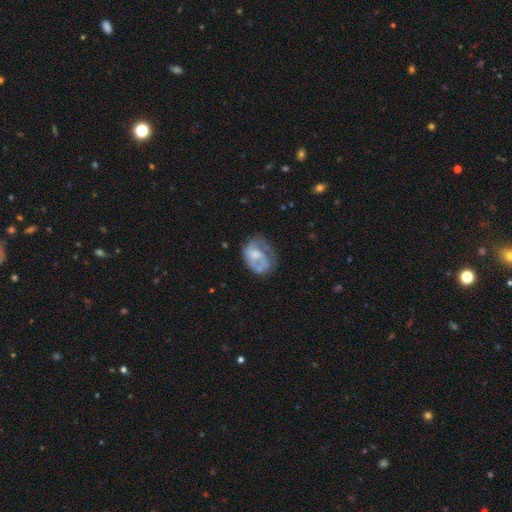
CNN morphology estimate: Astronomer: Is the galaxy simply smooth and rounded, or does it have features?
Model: featured or disk — 58% (runner-up: smooth, 35%).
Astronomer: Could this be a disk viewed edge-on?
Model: no — 97%.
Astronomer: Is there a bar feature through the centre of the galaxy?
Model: no — 72%.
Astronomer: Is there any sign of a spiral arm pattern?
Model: yes — 57% (runner-up: no, 43%).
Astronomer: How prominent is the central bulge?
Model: moderate — 39% (runner-up: small, 27%).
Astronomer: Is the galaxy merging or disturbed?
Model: none — 40% (runner-up: major disturbance, 27%).